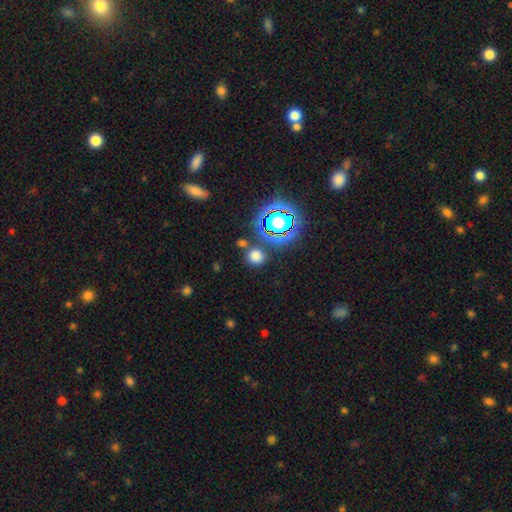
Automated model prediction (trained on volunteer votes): A smooth galaxy with no disk features (69%) that is round (85%).

Vote fractions:
- Smooth or featured? smooth: 69% / star or artifact: 25% / featured or disk: 6%
- How rounded? round: 85% / in between: 14% / cigar-shaped: 1%
- Merging? none: 79% / merger: 9% / minor disturbance: 9% / major disturbance: 4%